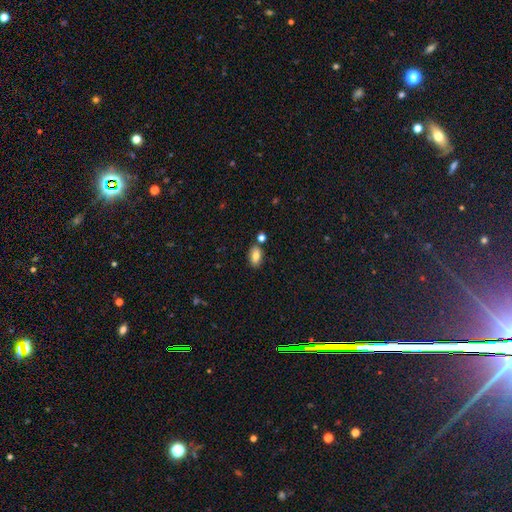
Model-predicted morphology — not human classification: smooth_or_featured: smooth (p=0.80) [alt: featured or disk p=0.11]
how_rounded: in between (p=0.90) [alt: round p=0.07]
merging: none (p=0.78) [alt: minor disturbance p=0.11]